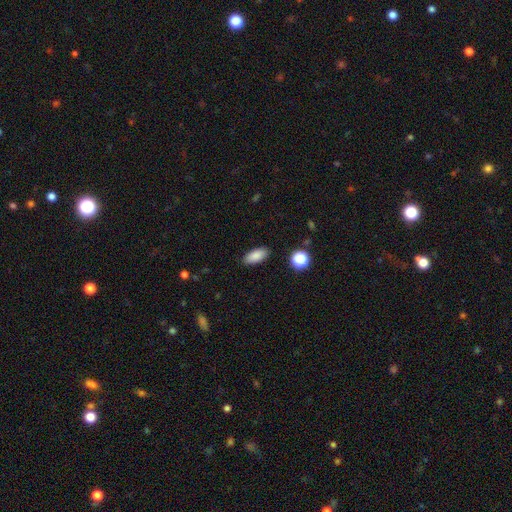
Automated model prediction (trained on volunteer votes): smooth_or_featured: smooth (p=0.86) [alt: star or artifact p=0.08]
how_rounded: in between (p=0.86) [alt: cigar-shaped p=0.11]
merging: none (p=0.88) [alt: minor disturbance p=0.08]